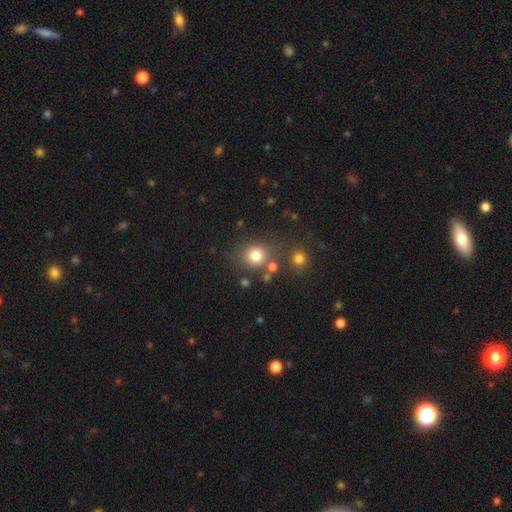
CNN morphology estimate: smooth_or_featured: smooth (p=0.79) [alt: star or artifact p=0.14]
how_rounded: round (p=0.82) [alt: in between p=0.17]
merging: none (p=0.70) [alt: merger p=0.14]